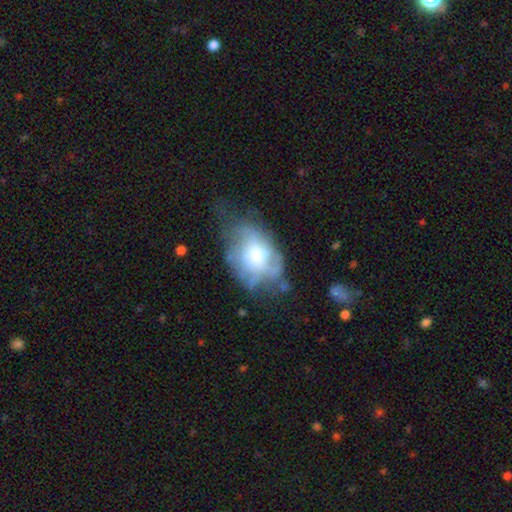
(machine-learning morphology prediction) A featured or disk galaxy (48%).

Vote fractions:
- Smooth or featured? featured or disk: 48% / smooth: 42% / star or artifact: 10%
- Merging? major disturbance: 35% / none: 31% / minor disturbance: 28% / merger: 5%